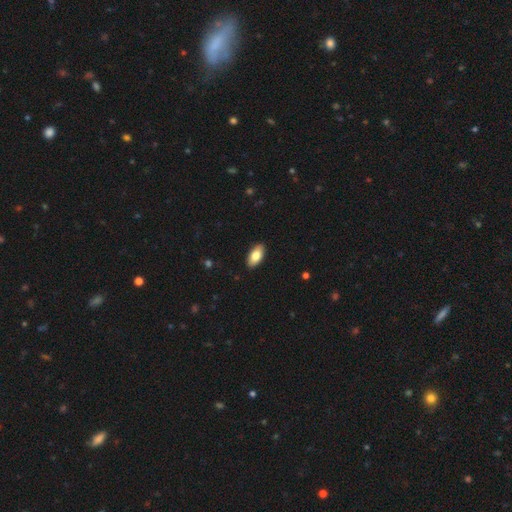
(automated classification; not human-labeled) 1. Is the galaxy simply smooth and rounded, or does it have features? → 83% smooth, 11% featured or disk, 6% star or artifact.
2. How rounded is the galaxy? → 93% in between, 5% cigar-shaped, 2% round.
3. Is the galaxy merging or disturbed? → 90% none, 7% minor disturbance, 2% major disturbance, 1% merger.